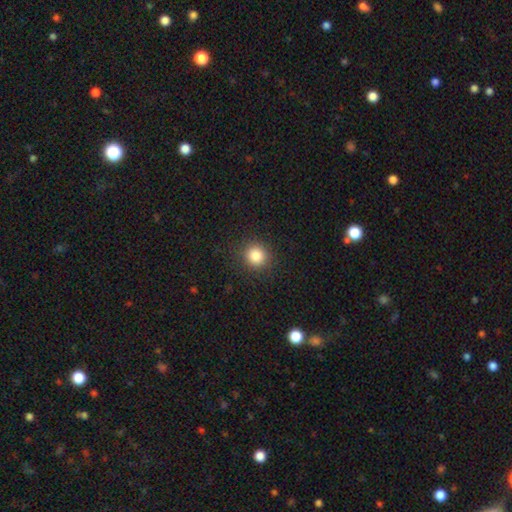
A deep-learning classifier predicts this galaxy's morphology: This is clearly a smooth galaxy (84%). How rounded: clearly round (91%). Merging: clearly none (90%).